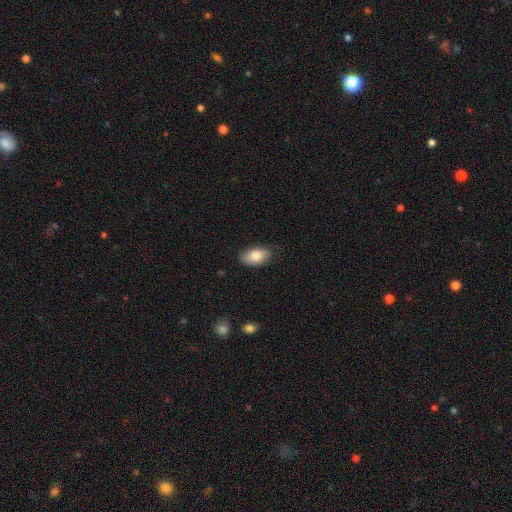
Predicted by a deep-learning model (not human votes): smooth_or_featured: smooth (p=0.82) [alt: featured or disk p=0.11]
how_rounded: in between (p=0.93) [alt: round p=0.05]
merging: none (p=0.82) [alt: minor disturbance p=0.14]